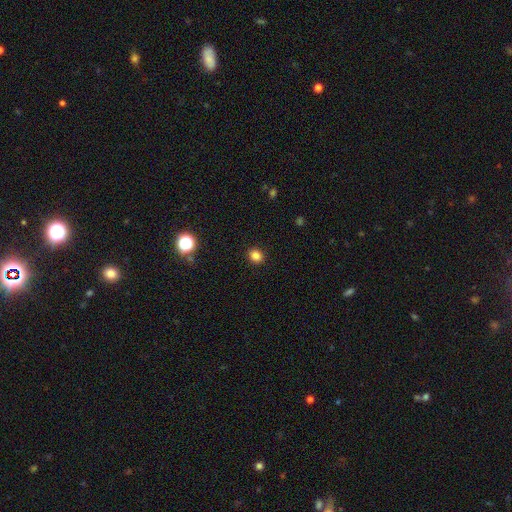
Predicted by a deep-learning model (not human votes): Morphology: type=smooth (84%); roundness=round (70%); merging=none (91%).